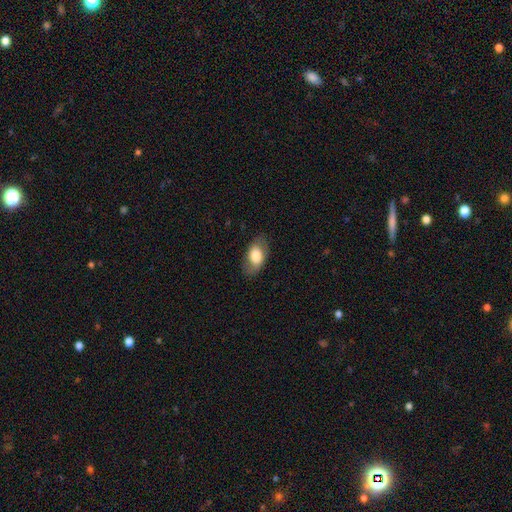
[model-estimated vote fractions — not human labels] Smooth or featured? smooth (72%)
How rounded? in between (92%)
Merging? none (78%)